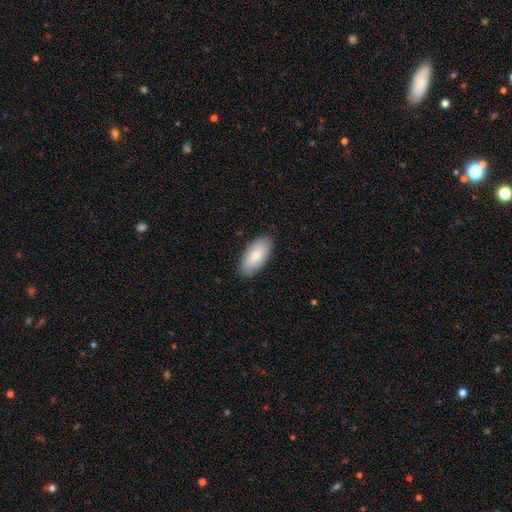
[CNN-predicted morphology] Smooth or featured? Predicted: smooth (p=0.82). How rounded? Predicted: in between (p=0.92). Merging? Predicted: none (p=0.86).